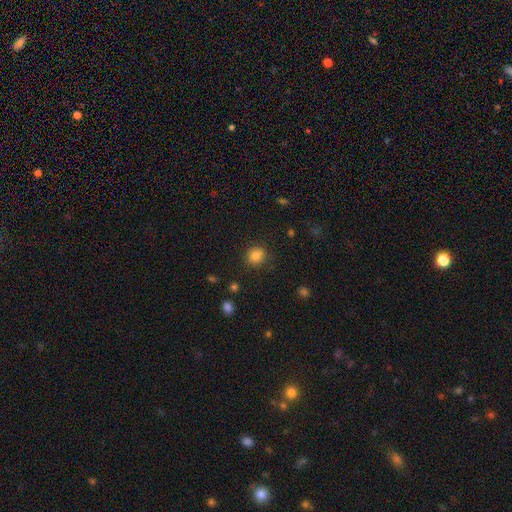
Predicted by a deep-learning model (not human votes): Smooth or featured?
  - smooth: 82% *
  - star or artifact: 12%
  - featured or disk: 6%
How rounded?
  - round: 81% *
  - in between: 18%
  - cigar-shaped: 1%
Merging?
  - none: 82% *
  - minor disturbance: 12%
  - major disturbance: 3%
  - merger: 3%